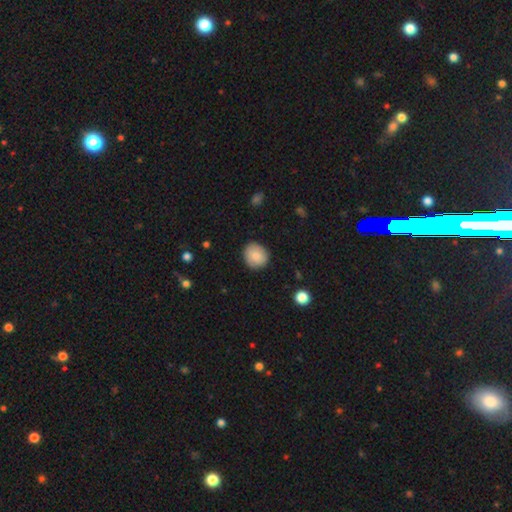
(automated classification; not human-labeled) A smooth galaxy with no disk features (81%) that is round (82%).

Vote fractions:
- Smooth or featured? smooth: 81% / featured or disk: 12% / star or artifact: 7%
- How rounded? round: 82% / in between: 17% / cigar-shaped: 1%
- Merging? none: 85% / minor disturbance: 12% / major disturbance: 2% / merger: 1%